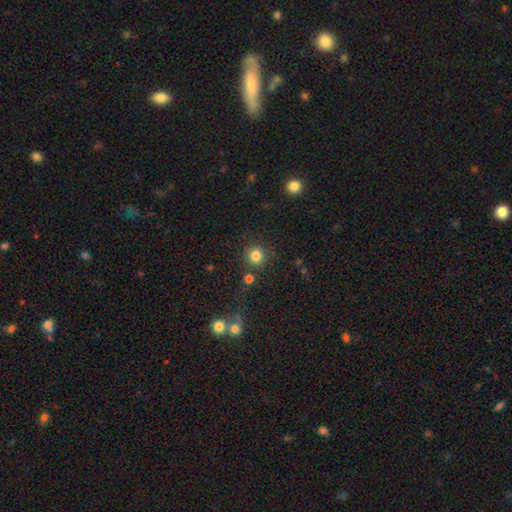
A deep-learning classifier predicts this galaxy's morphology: smooth_or_featured: smooth (p=0.82) [alt: star or artifact p=0.13]
how_rounded: round (p=0.91) [alt: in between p=0.08]
merging: none (p=0.83) [alt: minor disturbance p=0.08]